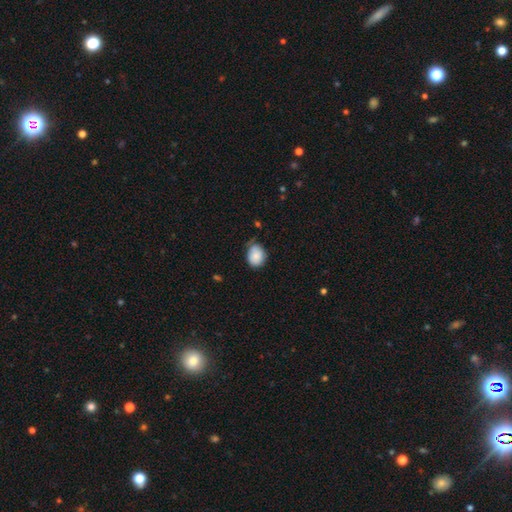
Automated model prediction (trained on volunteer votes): Smooth or featured?
  - smooth: 84% *
  - featured or disk: 9%
  - star or artifact: 7%
How rounded?
  - in between: 54% *
  - round: 45%
  - cigar-shaped: 1%
Merging?
  - none: 53% *
  - minor disturbance: 36%
  - major disturbance: 7%
  - merger: 3%